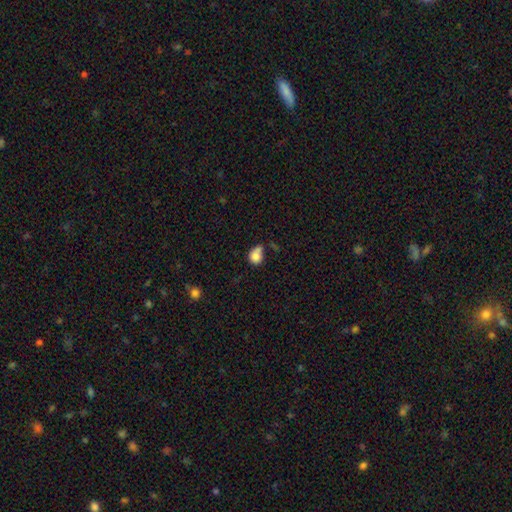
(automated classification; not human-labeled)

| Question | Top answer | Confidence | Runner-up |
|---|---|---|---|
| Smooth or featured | smooth | 81% | star or artifact (10%) |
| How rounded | round | 55% | in between (44%) |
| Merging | none | 33% | minor disturbance (27%) |